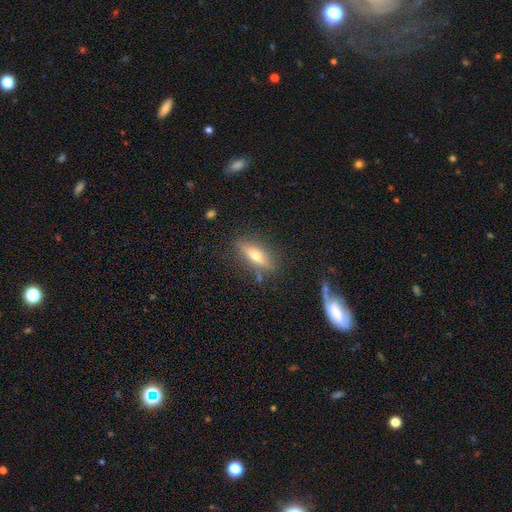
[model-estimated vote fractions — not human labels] Smooth or featured?
  - featured or disk: 51% *
  - smooth: 41%
  - star or artifact: 8%
Edge-on disk?
  - yes: 87% *
  - no: 13%
Merging?
  - none: 82% *
  - minor disturbance: 12%
  - major disturbance: 3%
  - merger: 3%